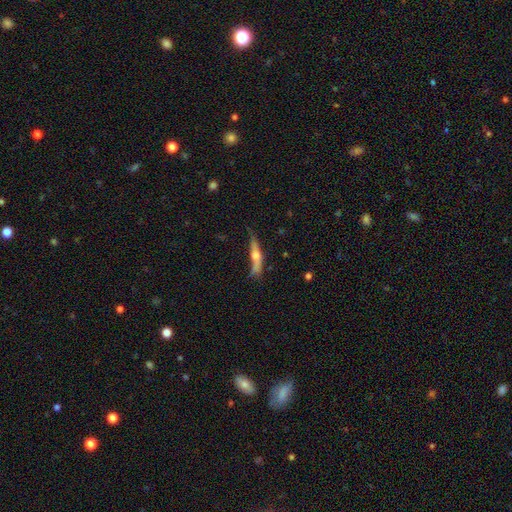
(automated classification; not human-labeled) The model was most divided on "smooth or featured": featured or disk: 53%, smooth: 40%, star or artifact: 7%. More confident: edge-on disk — yes (89%); merging — none (53%).